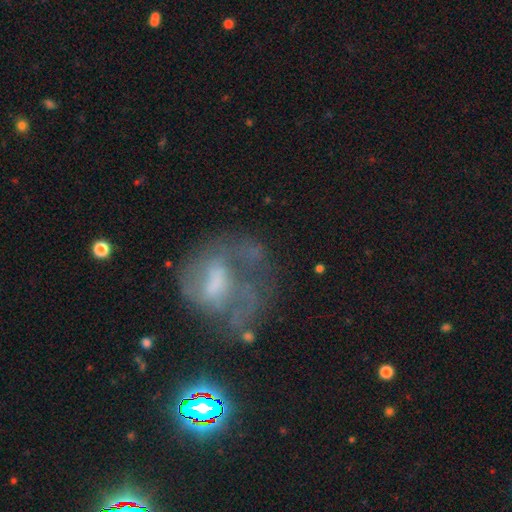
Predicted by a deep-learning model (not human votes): This appears to be a featured or disk galaxy (61%) with no bar (44%), spiral arms (56%) and a moderate central bulge (35%). Merging: none (38%).